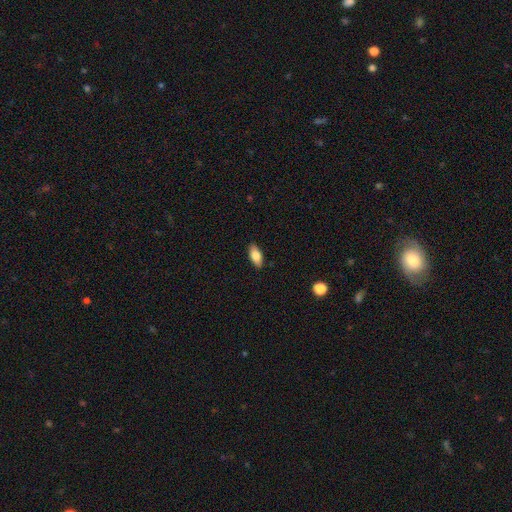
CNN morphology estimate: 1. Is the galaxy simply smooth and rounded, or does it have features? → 80% smooth, 14% featured or disk, 7% star or artifact.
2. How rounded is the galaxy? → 86% in between, 11% cigar-shaped, 3% round.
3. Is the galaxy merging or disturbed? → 89% none, 8% minor disturbance, 2% major disturbance, 1% merger.